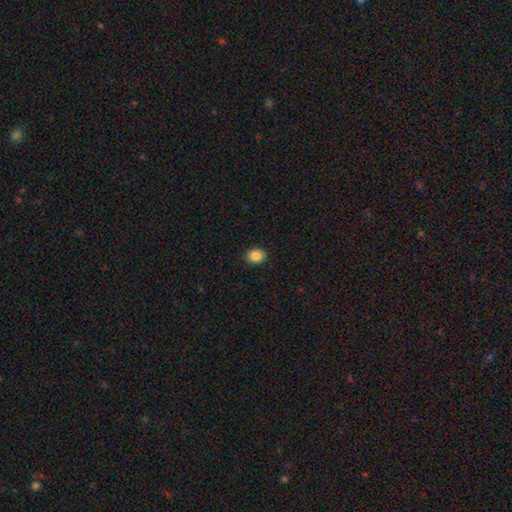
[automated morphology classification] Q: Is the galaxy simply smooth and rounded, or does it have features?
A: smooth — 86%.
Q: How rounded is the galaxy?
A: in between — 53%.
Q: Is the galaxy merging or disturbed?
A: none — 91%.